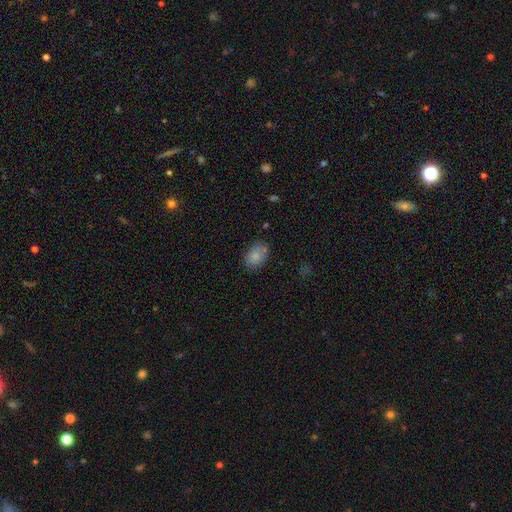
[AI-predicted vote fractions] Overall: smooth (83%). How rounded: in between (82%). Merging: none (76%).